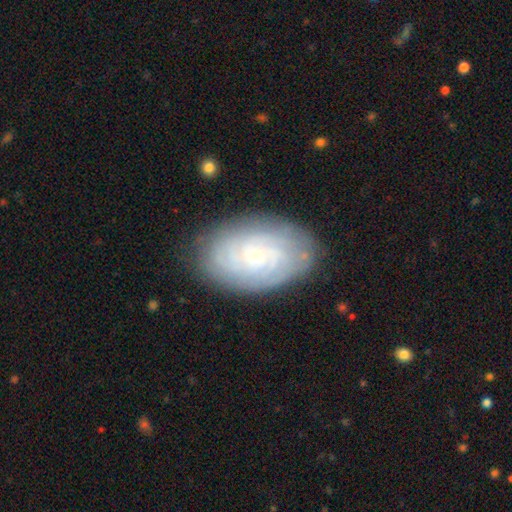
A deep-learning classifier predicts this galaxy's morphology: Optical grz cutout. It shows a featured or disk galaxy (75%) with no bar (79%), tight (79%) spiral arms (92%) and a small central bulge (79%). Merging: none (81%).